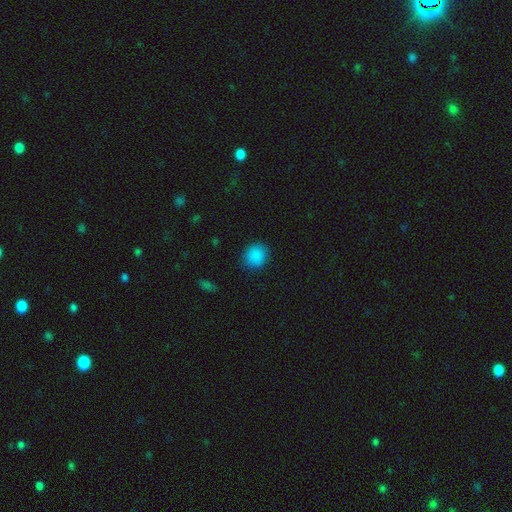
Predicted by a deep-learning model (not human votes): Smooth or featured: smooth — 87% (star or artifact — 10%)
How rounded: round — 82% (in between — 17%)
Merging: none — 87% (minor disturbance — 9%)